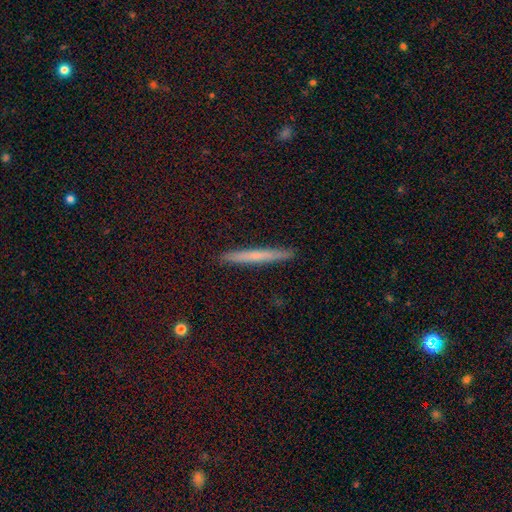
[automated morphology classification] smooth-or-featured: smooth: 51% | featured or disk: 38% | star or artifact: 11%
  how-rounded: cigar-shaped: 95% | in between: 3% | round: 2%
  merging: none: 92% | minor disturbance: 6% | major disturbance: 1% | merger: 1%